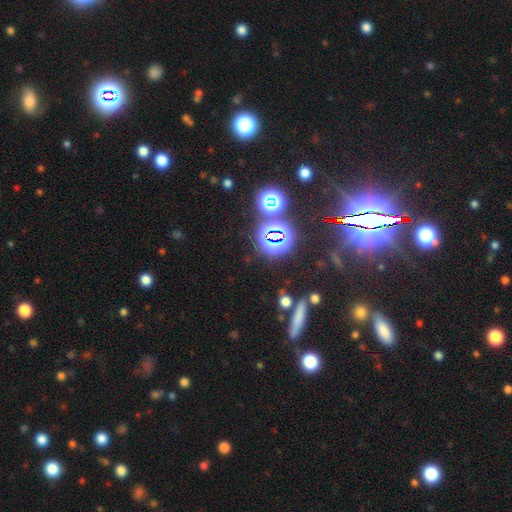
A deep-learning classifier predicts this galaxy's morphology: A star or artifact, not a galaxy (81%).

Vote fractions:
- Smooth or featured? star or artifact: 81% / smooth: 11% / featured or disk: 8%